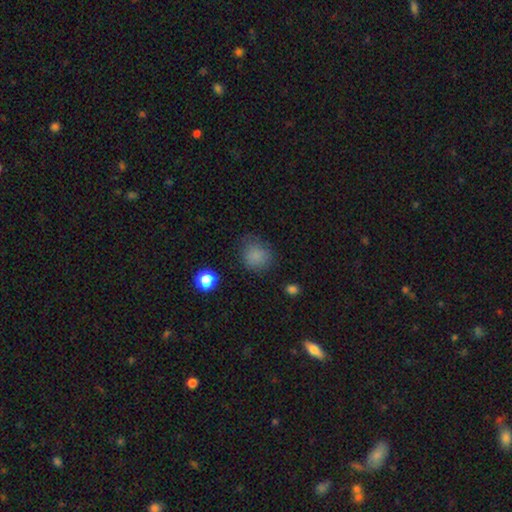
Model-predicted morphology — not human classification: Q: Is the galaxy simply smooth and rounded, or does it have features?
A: smooth — 82%.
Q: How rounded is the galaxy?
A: round — 80%.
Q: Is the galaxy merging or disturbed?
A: none — 72%.